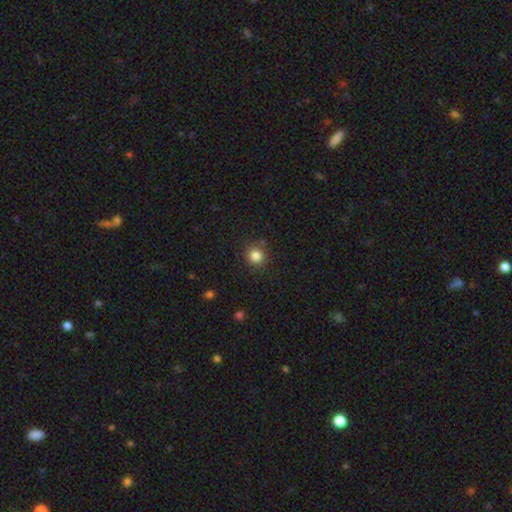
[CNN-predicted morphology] The model was most divided on "smooth or featured": smooth: 83%, star or artifact: 12%, featured or disk: 5%. More confident: how rounded — round (92%); merging — none (86%).